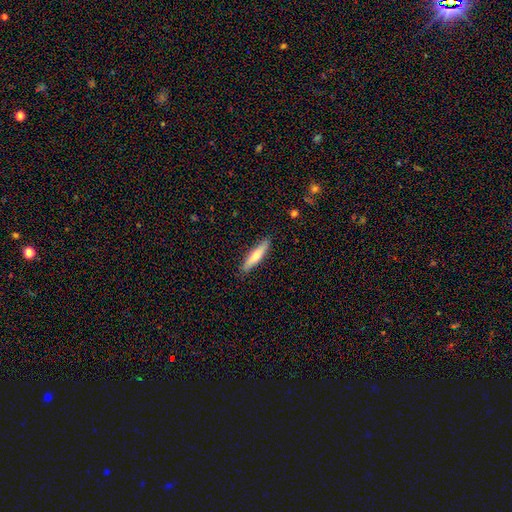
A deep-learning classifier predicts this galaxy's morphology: This appears to be a smooth galaxy with no disk features (59%) that is cigar-shaped (86%). Merging: none (88%).